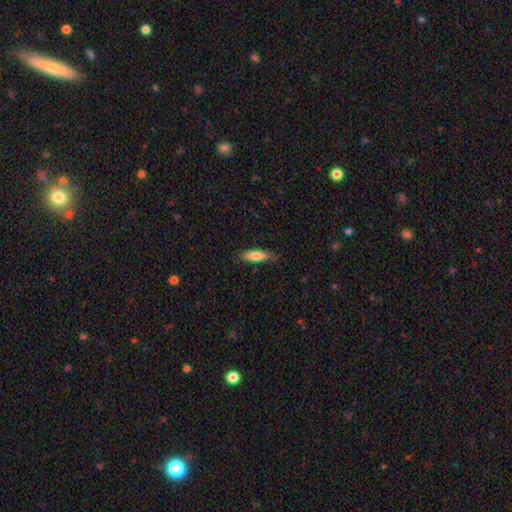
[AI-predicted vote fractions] smooth_or_featured: smooth (p=0.76) [alt: featured or disk p=0.18]
how_rounded: cigar-shaped (p=0.59) [alt: in between p=0.40]
merging: none (p=0.76) [alt: minor disturbance p=0.19]